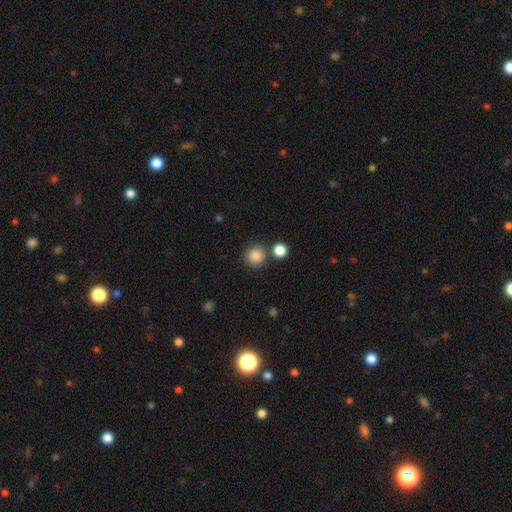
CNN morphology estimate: Q: Smooth or featured?
A: smooth (86%); runner-up: star or artifact (10%)
Q: How rounded?
A: round (92%); runner-up: in between (7%)
Q: Merging?
A: none (80%); runner-up: merger (9%)